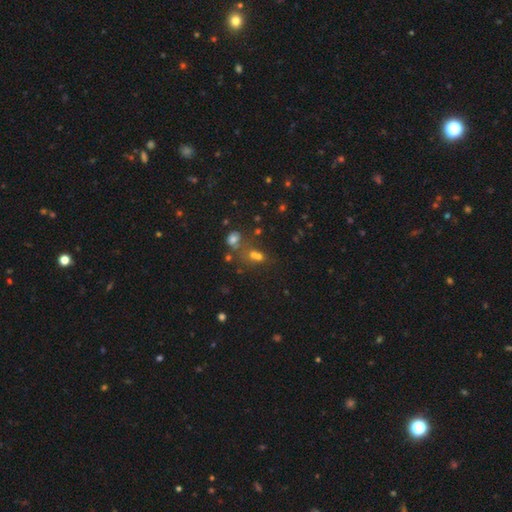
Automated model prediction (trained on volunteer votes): Overall: smooth (49%; star or artifact 37%). Merging: none (45%; merger 38%).